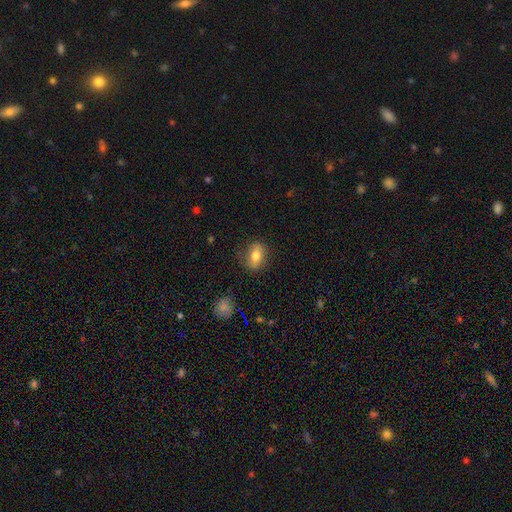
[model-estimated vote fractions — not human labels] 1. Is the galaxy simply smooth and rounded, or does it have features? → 75% smooth, 17% featured or disk, 8% star or artifact.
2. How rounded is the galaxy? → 73% in between, 24% round, 3% cigar-shaped.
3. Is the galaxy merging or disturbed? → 80% none, 15% minor disturbance, 4% major disturbance, 1% merger.